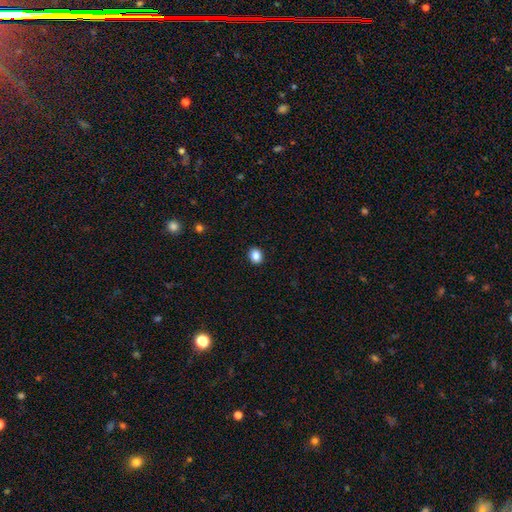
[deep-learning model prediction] A smooth galaxy with no disk features (87%) that is round (60%). Merging: none (92%).